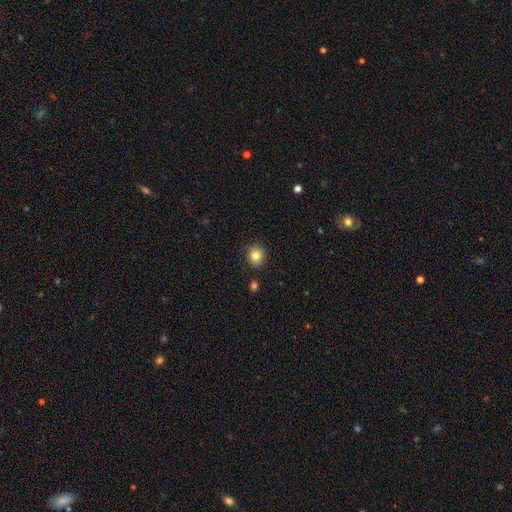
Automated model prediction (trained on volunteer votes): smooth 82%, star or artifact 10%, featured or disk 8%. Down the decision tree: how rounded — round (85%); merging — none (86%).